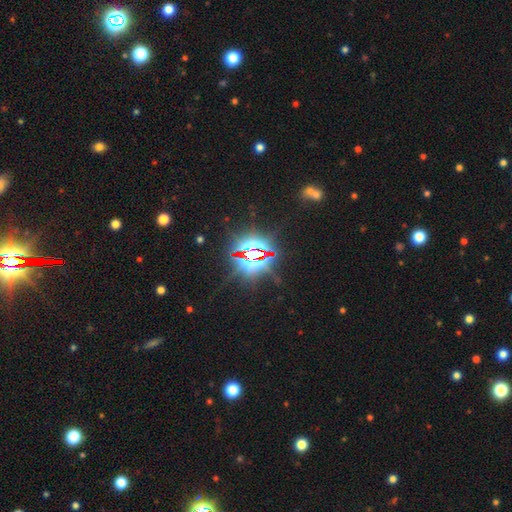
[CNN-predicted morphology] star or artifact 85%, featured or disk 8%, smooth 8%.